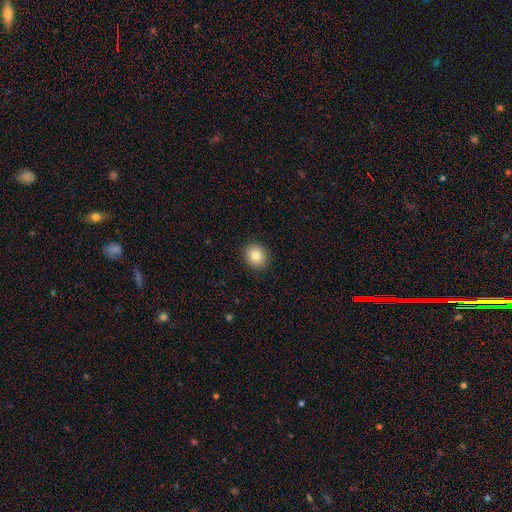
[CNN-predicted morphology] type=smooth (81%); roundness=round (77%); merging=none (91%).